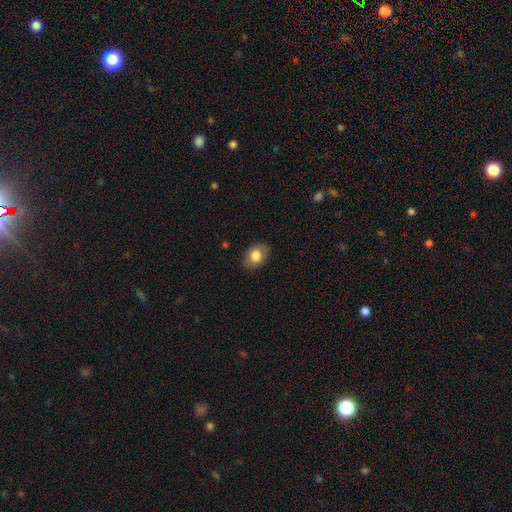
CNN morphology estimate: smooth_or_featured: smooth (p=0.81) [alt: featured or disk p=0.11]
how_rounded: in between (p=0.75) [alt: round p=0.24]
merging: none (p=0.87) [alt: minor disturbance p=0.10]